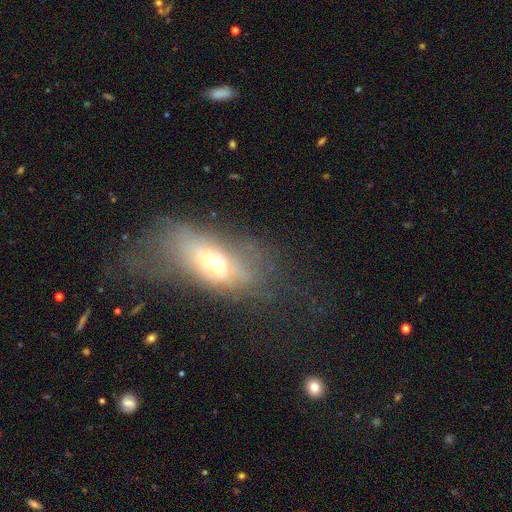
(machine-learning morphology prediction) smooth 49%, featured or disk 37%, star or artifact 14%. Down the decision tree: merging — major disturbance (37%).